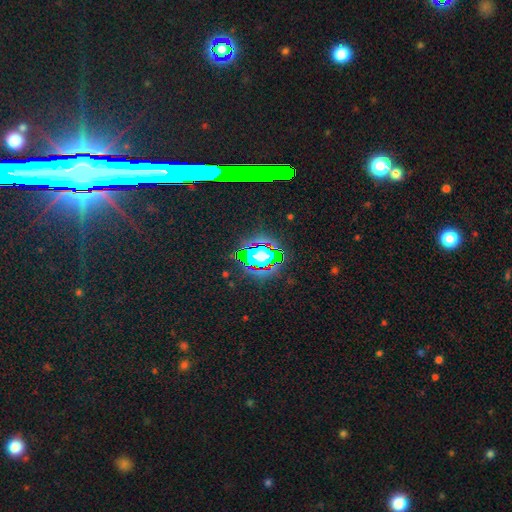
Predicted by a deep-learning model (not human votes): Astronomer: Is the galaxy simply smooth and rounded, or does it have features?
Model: star or artifact — 80%.